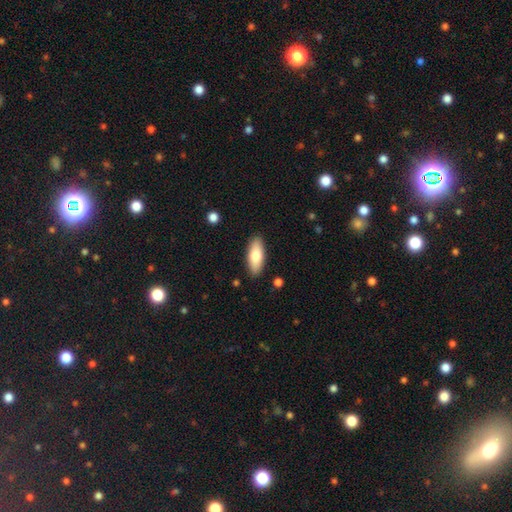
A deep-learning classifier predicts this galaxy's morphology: Smooth or featured? Predicted: smooth (p=0.77). How rounded? Predicted: in between (p=0.77). Merging? Predicted: none (p=0.89).